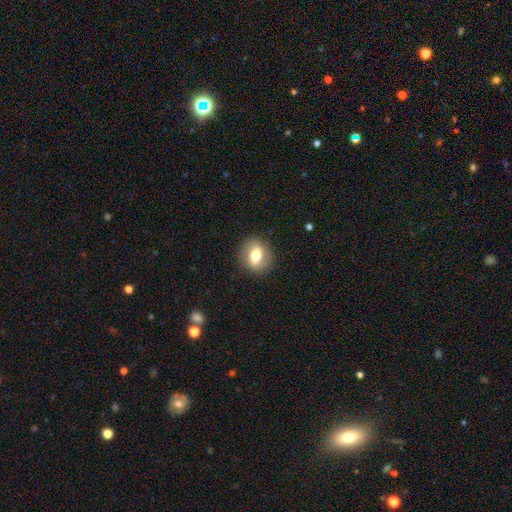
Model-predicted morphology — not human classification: smooth 63%, featured or disk 28%, star or artifact 8%. Down the decision tree: how rounded — round (58%); merging — none (87%).